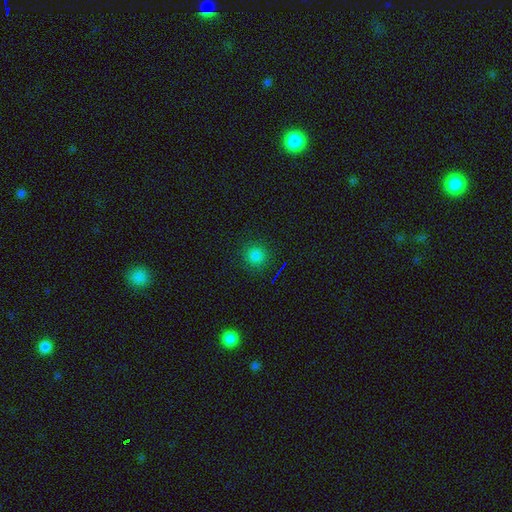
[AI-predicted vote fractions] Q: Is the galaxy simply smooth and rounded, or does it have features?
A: smooth — 80%.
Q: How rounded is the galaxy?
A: round — 93%.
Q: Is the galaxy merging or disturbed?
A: none — 90%.